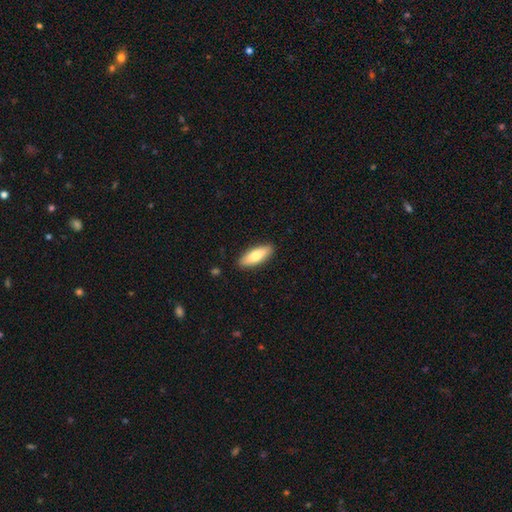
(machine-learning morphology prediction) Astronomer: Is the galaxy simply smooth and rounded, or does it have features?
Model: smooth — 76%.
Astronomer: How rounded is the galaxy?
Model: in between — 63%.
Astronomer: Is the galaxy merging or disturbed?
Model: none — 89%.